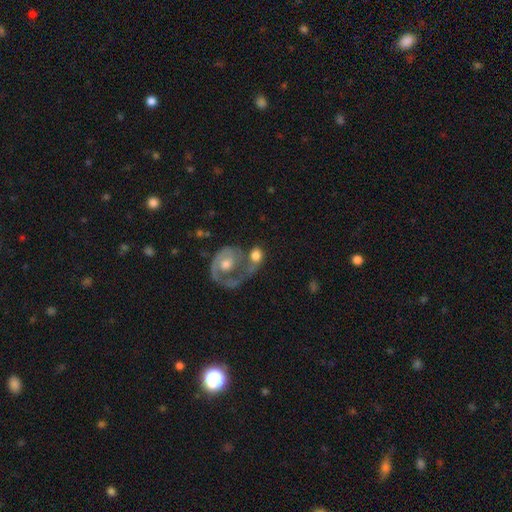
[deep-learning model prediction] Overall: smooth (52%; featured or disk 41%). How rounded: round (59%; in between 39%). Merging: merger (51%; none 23%).